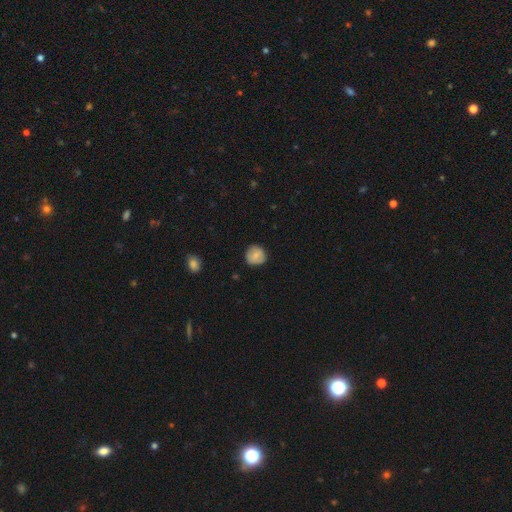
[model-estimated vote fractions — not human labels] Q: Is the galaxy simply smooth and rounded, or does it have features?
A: smooth — 78%.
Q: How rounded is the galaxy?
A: round — 89%.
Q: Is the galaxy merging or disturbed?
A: none — 80%.